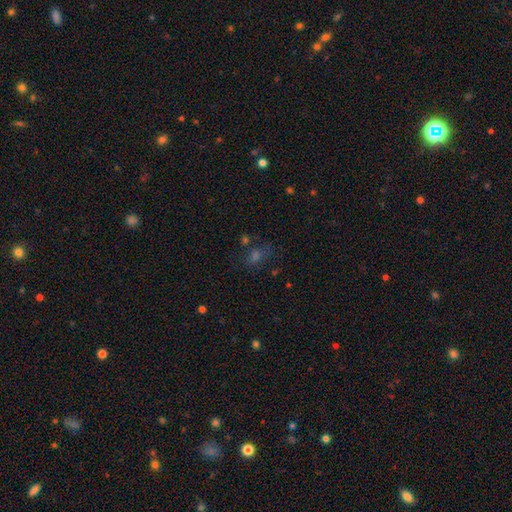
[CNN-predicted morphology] The model was most divided on "smooth or featured": smooth: 42%, star or artifact: 41%, featured or disk: 17%. More confident: merging — none (63%).